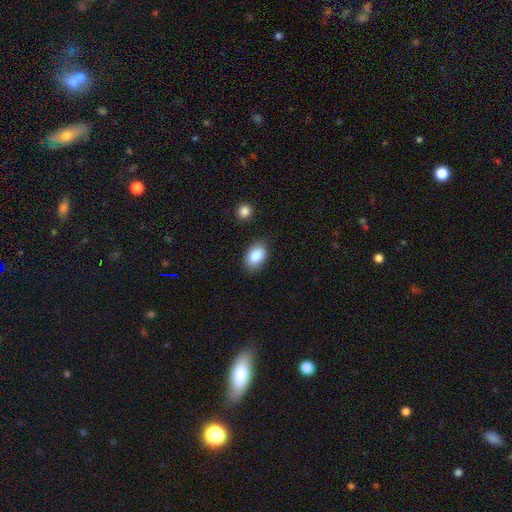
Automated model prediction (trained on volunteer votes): Smooth or featured?
  - smooth: 85% *
  - star or artifact: 7%
  - featured or disk: 7%
How rounded?
  - in between: 88% *
  - round: 11%
  - cigar-shaped: 1%
Merging?
  - none: 84% *
  - minor disturbance: 11%
  - major disturbance: 2%
  - merger: 2%